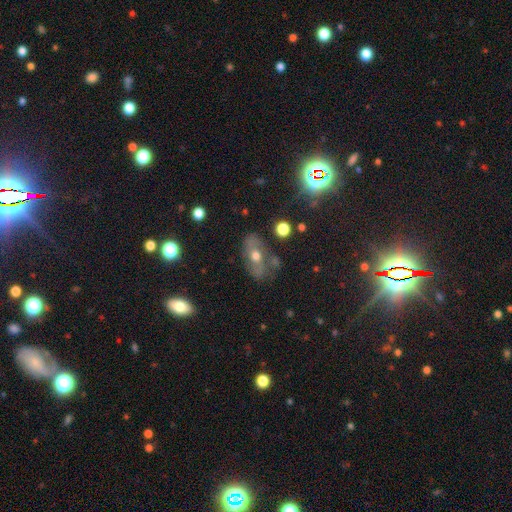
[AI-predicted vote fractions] featured or disk 46%, smooth 34%, star or artifact 20%. Down the decision tree: merging — none (66%).